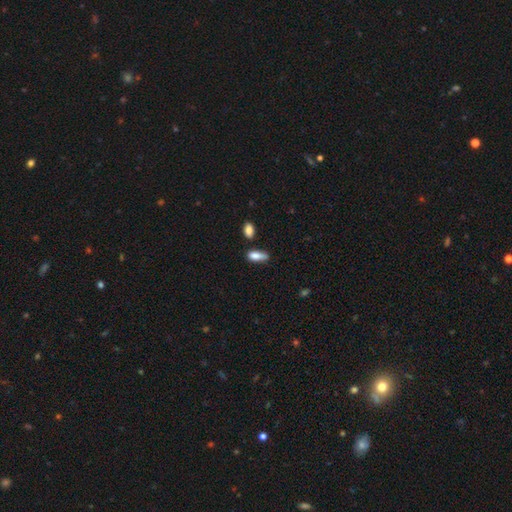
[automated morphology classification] Smooth or featured? smooth (83%)
How rounded? in between (70%)
Merging? none (54%)